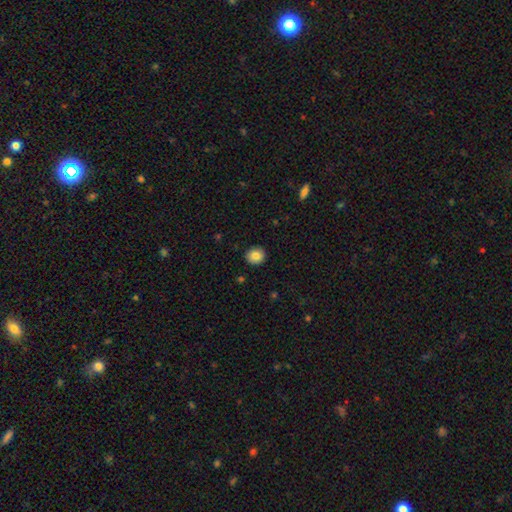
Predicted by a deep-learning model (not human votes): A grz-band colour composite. It shows a smooth galaxy with no disk features (84%) that is round (85%). Merging: none (91%).